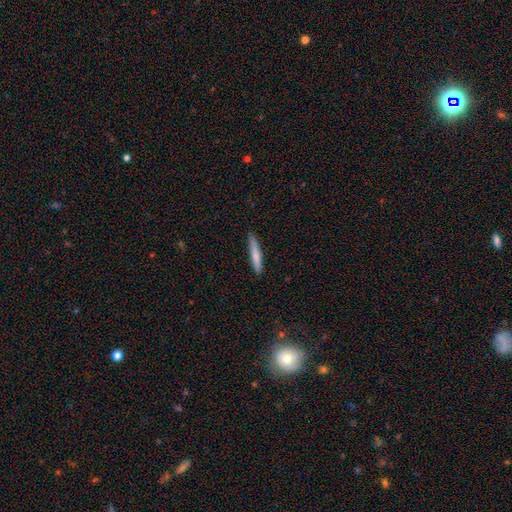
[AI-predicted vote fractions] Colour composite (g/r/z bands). It shows a smooth galaxy with no disk features (75%) that is cigar-shaped (93%). Merging: none (88%).